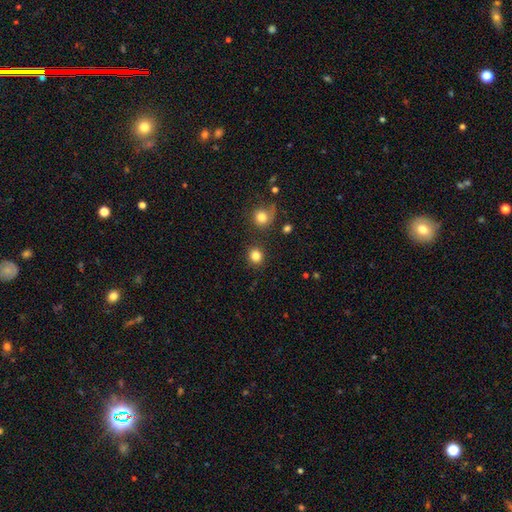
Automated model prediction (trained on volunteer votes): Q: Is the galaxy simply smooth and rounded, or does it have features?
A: smooth — 83%.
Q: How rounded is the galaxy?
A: round — 88%.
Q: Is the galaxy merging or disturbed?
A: none — 87%.